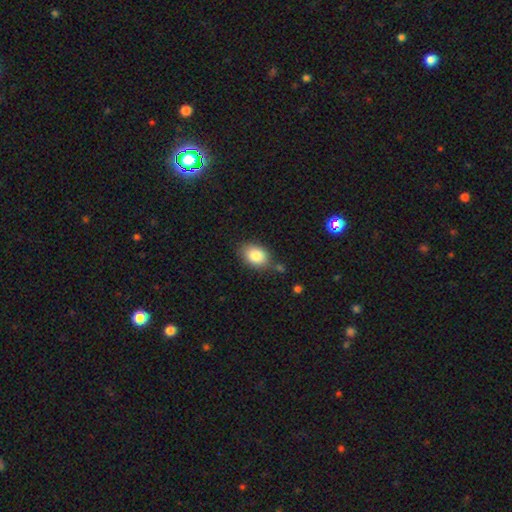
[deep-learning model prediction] This appears to be a smooth galaxy with no disk features (86%) that is in between round and cigar-shaped (83%). Merging: none (73%).